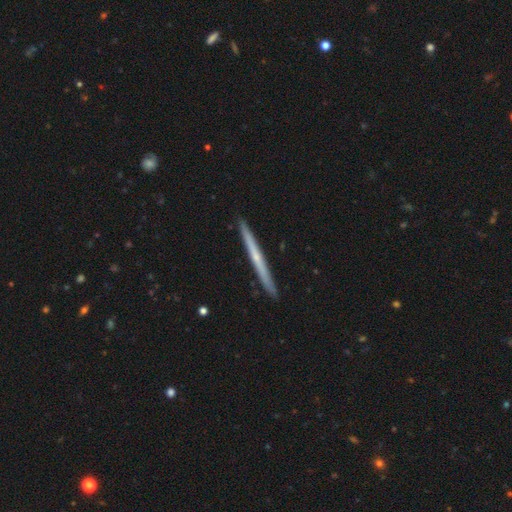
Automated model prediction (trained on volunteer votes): Overall: featured or disk (61%; smooth 34%). Edge-on disk: yes (97%). Edge-on bulge: none (63%; rounded 34%). Merging: none (92%).